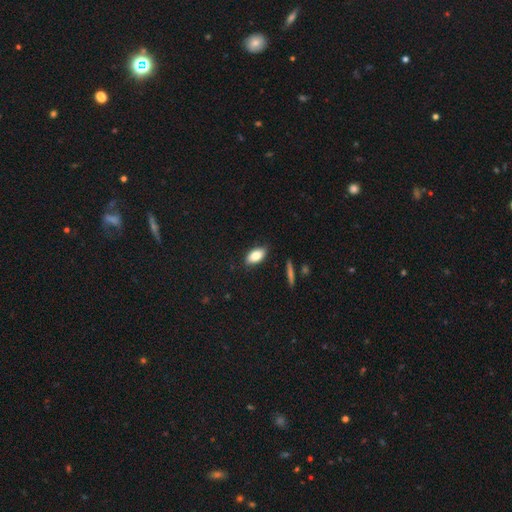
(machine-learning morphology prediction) This is clearly a smooth galaxy (81%). How rounded: clearly in between (90%). Merging: clearly none (85%).